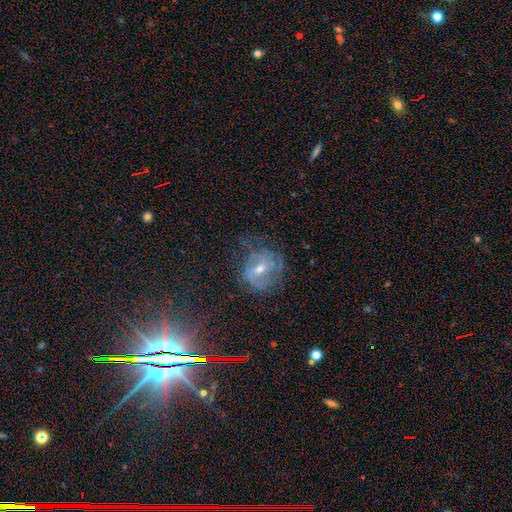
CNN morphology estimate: The model was most divided on "spiral arm count": 2: 38%, can't tell: 37%, 3: 11%, 1: 6%, 4: 4%, more than 4: 3%. Remaining: edge-on disk — no (95%); spiral arms — yes (84%); merging — none (67%); smooth or featured — featured or disk (66%); bulge size — moderate (52%); spiral winding — tight (51%); bar — weak (44%).